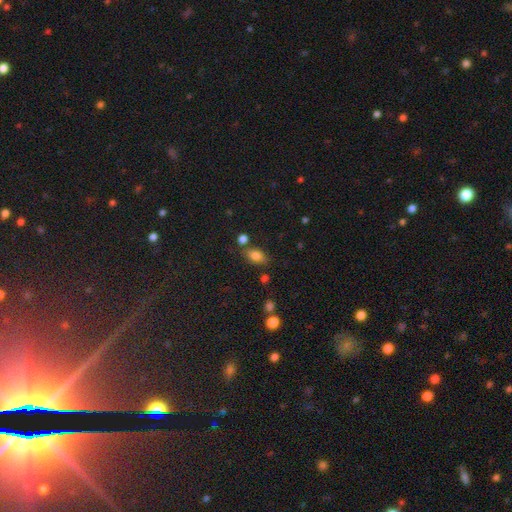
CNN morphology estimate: This is likely a smooth galaxy (80%). How rounded: clearly in between (86%). Merging: likely none (71%).